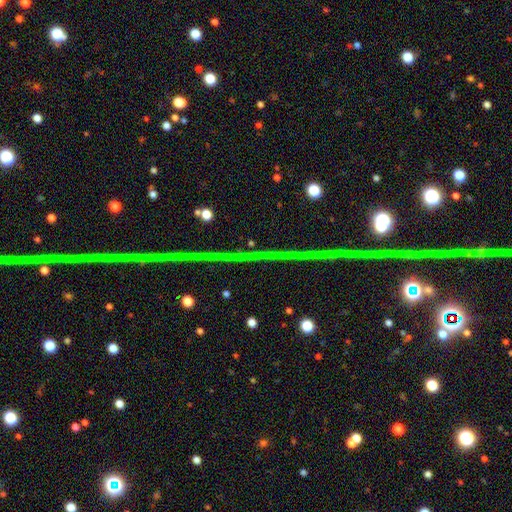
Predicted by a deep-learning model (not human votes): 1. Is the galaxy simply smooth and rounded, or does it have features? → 73% star or artifact, 17% featured or disk, 10% smooth.